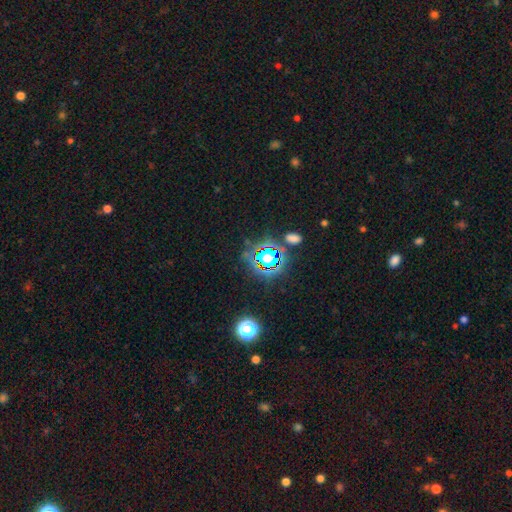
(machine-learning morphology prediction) A star or artifact, not a galaxy (81%).

Vote fractions:
- Smooth or featured? star or artifact: 81% / smooth: 12% / featured or disk: 7%